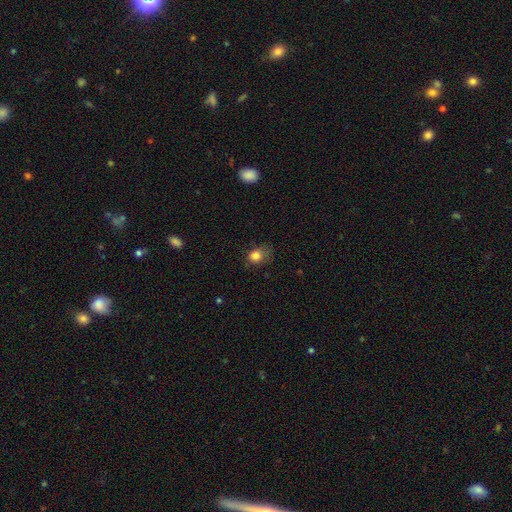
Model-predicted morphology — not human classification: smooth_or_featured: smooth (p=0.81) [alt: star or artifact p=0.11]
how_rounded: round (p=0.55) [alt: in between p=0.44]
merging: none (p=0.50) [alt: minor disturbance p=0.33]